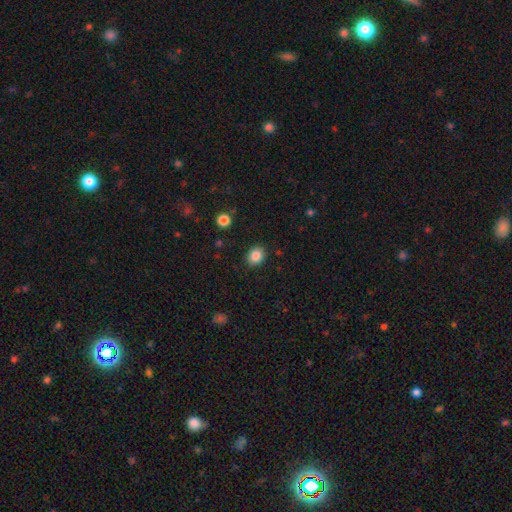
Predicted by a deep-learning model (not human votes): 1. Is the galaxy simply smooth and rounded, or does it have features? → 86% smooth, 10% star or artifact, 4% featured or disk.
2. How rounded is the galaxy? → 57% round, 42% in between, 1% cigar-shaped.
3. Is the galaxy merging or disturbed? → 87% none, 9% minor disturbance, 2% major disturbance, 1% merger.